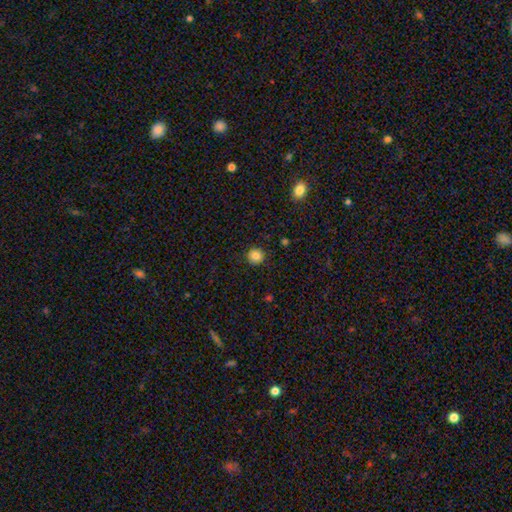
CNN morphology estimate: smooth 84%, star or artifact 11%, featured or disk 5%. Down the decision tree: how rounded — round (94%); merging — none (91%).